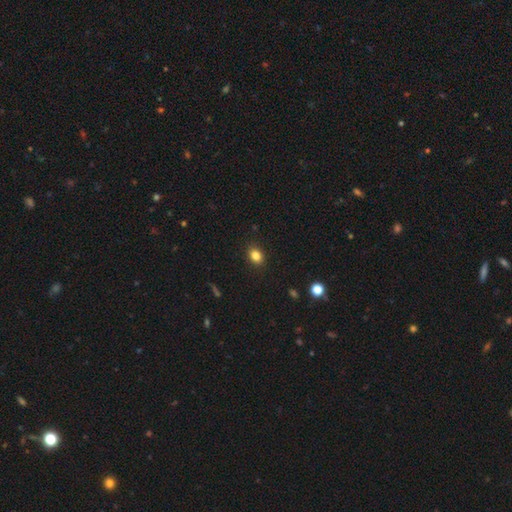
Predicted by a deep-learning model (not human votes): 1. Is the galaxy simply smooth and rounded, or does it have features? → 84% smooth, 11% star or artifact, 5% featured or disk.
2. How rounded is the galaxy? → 60% in between, 39% round, 1% cigar-shaped.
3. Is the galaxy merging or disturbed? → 89% none, 8% minor disturbance, 2% major disturbance, 1% merger.